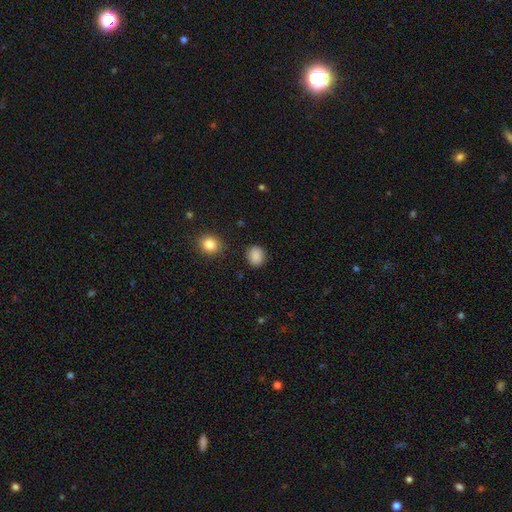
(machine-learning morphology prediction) Smooth or featured?
  - smooth: 88% *
  - star or artifact: 9%
  - featured or disk: 3%
How rounded?
  - round: 74% *
  - in between: 25%
  - cigar-shaped: 1%
Merging?
  - none: 88% *
  - minor disturbance: 8%
  - major disturbance: 3%
  - merger: 2%